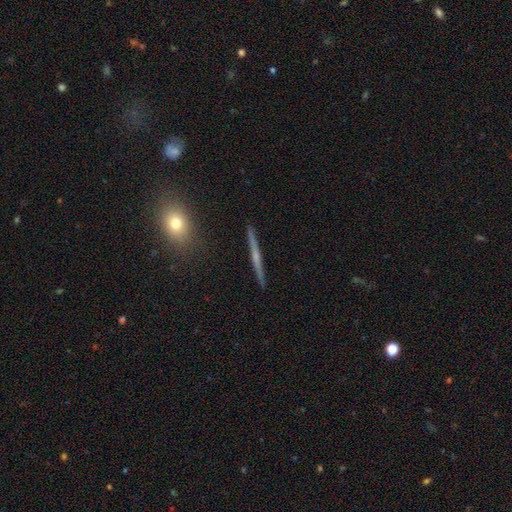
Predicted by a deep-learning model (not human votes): This appears to be a featured or disk galaxy (64%) viewed edge-on (97%) with no central bulge (57%). Merging: none (92%).